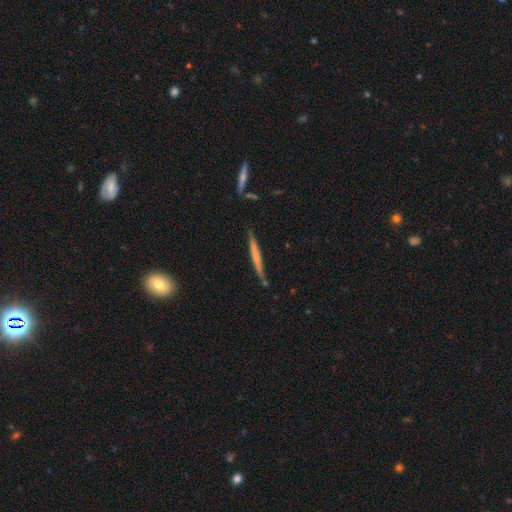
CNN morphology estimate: featured or disk 51%, smooth 44%, star or artifact 6%. Down the decision tree: edge-on disk — yes (96%); merging — none (83%).